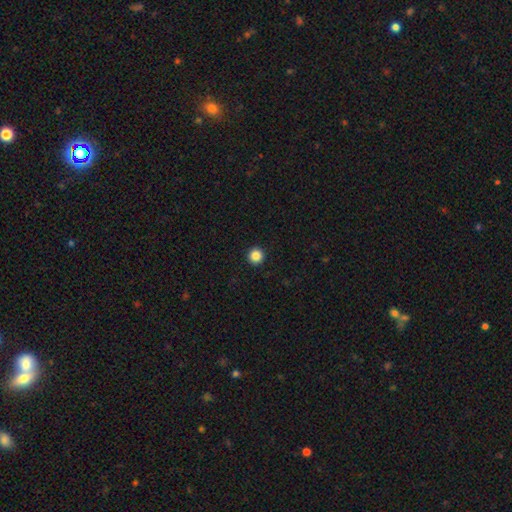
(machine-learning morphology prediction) smooth 86%, star or artifact 10%, featured or disk 3%. Down the decision tree: how rounded — round (96%); merging — none (94%).